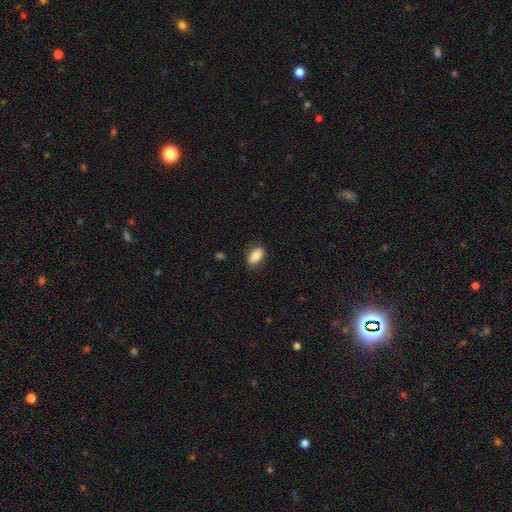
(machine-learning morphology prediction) smooth_or_featured: smooth (p=0.84) [alt: featured or disk p=0.09]
how_rounded: in between (p=0.89) [alt: round p=0.07]
merging: none (p=0.84) [alt: minor disturbance p=0.13]